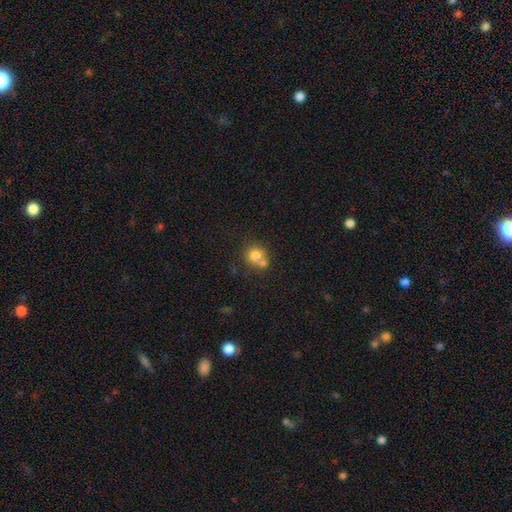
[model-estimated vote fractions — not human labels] smooth_or_featured: smooth (p=0.73) [alt: featured or disk p=0.15]
how_rounded: round (p=0.77) [alt: in between p=0.22]
merging: merger (p=0.48) [alt: none p=0.38]